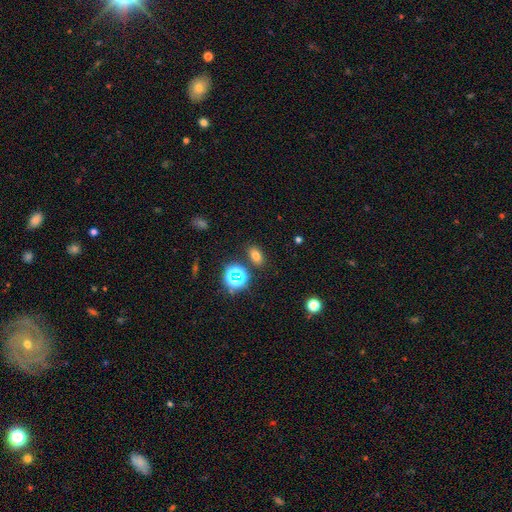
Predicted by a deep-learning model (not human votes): Morphology: type=smooth (69%); roundness=in between (80%); merging=none (83%).